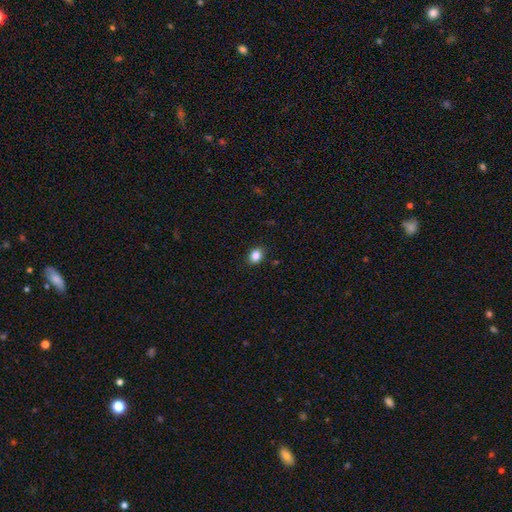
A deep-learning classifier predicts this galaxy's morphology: type=smooth (85%); roundness=in between (54%); merging=none (88%).